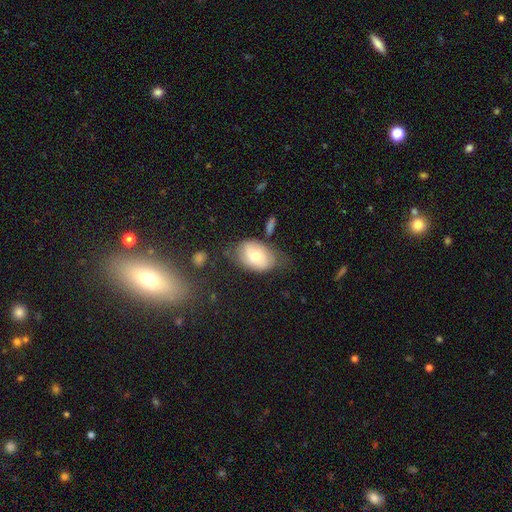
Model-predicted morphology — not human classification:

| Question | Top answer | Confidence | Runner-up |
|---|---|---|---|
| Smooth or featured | smooth | 59% | featured or disk (34%) |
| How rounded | in between | 82% | round (16%) |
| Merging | none | 55% | minor disturbance (27%) |